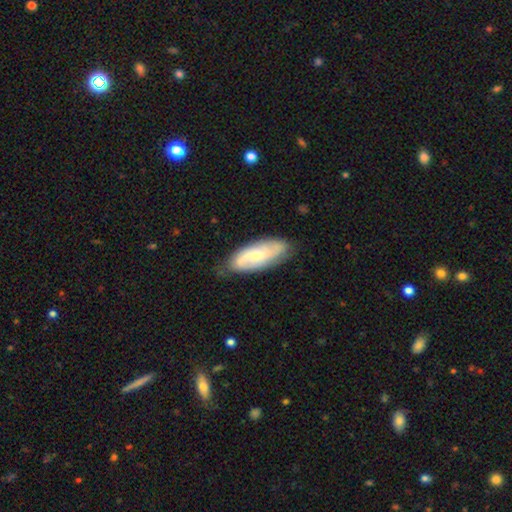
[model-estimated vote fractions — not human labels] Smooth or featured? featured or disk (58%)
Edge-on disk? no (88%)
Bar? no (53%)
Spiral arms? yes (87%)
Bulge size? small (56%)
Merging? none (75%)